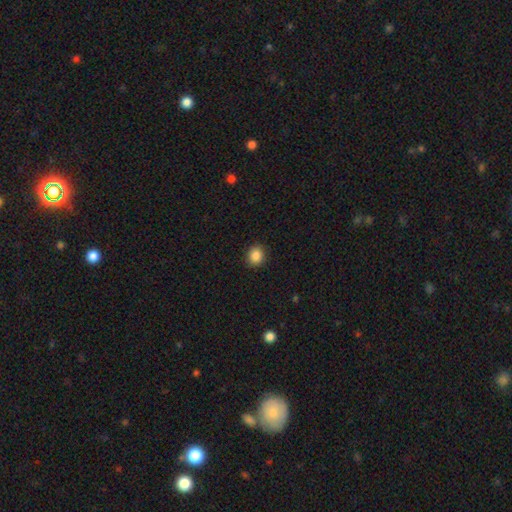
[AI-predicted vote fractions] smooth_or_featured: smooth (p=0.87) [alt: star or artifact p=0.10]
how_rounded: round (p=0.74) [alt: in between p=0.25]
merging: none (p=0.90) [alt: minor disturbance p=0.07]